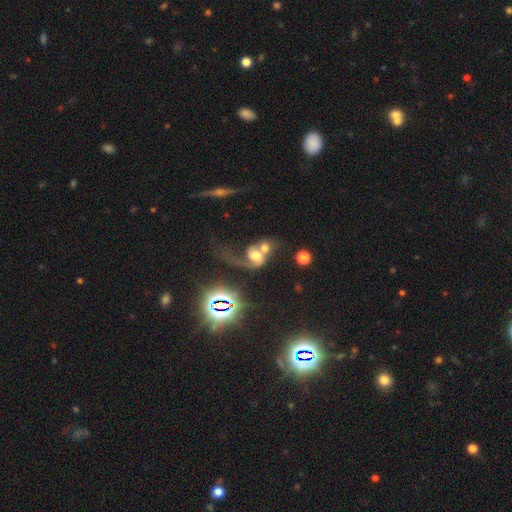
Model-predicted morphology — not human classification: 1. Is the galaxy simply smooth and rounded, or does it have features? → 53% featured or disk, 32% smooth, 15% star or artifact.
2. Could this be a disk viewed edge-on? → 96% no, 4% yes.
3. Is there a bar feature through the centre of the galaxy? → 69% no, 23% weak, 8% strong.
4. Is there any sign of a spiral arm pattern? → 75% yes, 25% no.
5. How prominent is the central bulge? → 42% moderate, 32% large, 11% small, 9% dominant, 6% none.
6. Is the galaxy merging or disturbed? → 69% merger, 15% major disturbance, 11% none, 5% minor disturbance.